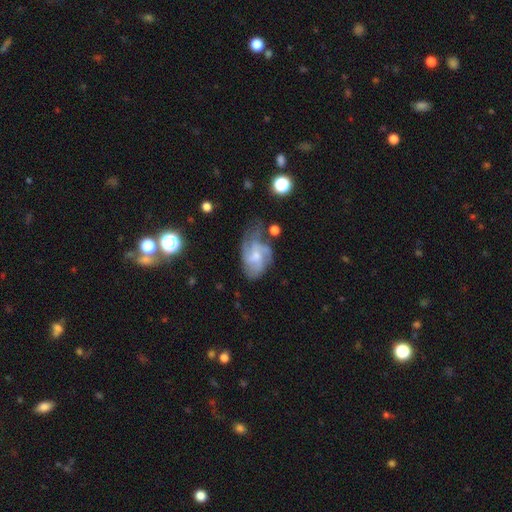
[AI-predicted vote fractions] smooth-or-featured: featured or disk: 70% | smooth: 22% | star or artifact: 8%
  disk-edge-on: no: 97% | yes: 3%
    bar: no: 58% | weak: 36% | strong: 6%
    has-spiral-arms: yes: 86% | no: 14%
      spiral-winding: medium: 45% | loose: 29% | tight: 26%
      spiral-arm-count: 3: 29% (tied) | can't tell: 29% (tied) | 4: 19% | 2: 13% | more than 4: 5% | 1: 5%
    bulge-size: small: 44% | moderate: 39% | none: 11% | large: 4% | dominant: 1%
  merging: none: 41% | minor disturbance: 28% | major disturbance: 26% | merger: 6%